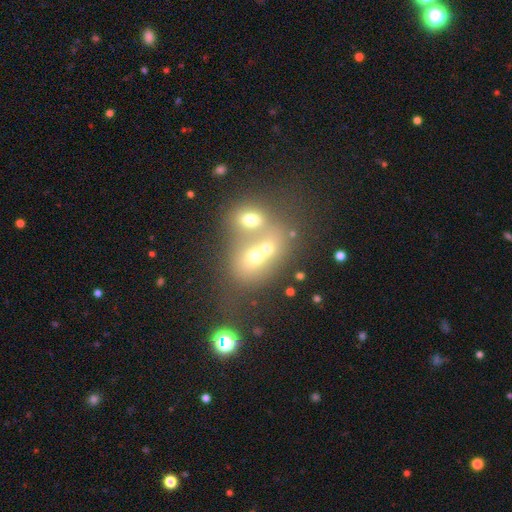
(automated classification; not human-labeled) Smooth or featured?
  - smooth: 54% *
  - featured or disk: 26%
  - star or artifact: 20%
How rounded?
  - round: 50% *
  - in between: 49%
  - cigar-shaped: 1%
Merging?
  - merger: 65% *
  - none: 24%
  - minor disturbance: 7%
  - major disturbance: 5%